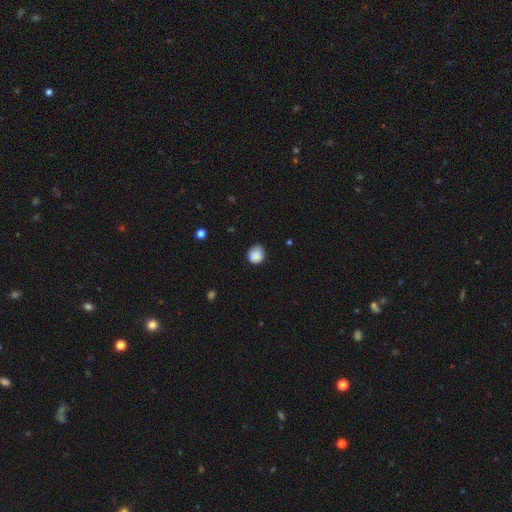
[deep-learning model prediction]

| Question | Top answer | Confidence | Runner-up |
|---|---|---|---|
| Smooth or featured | smooth | 86% | star or artifact (9%) |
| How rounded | round | 78% | in between (21%) |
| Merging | none | 67% | minor disturbance (26%) |